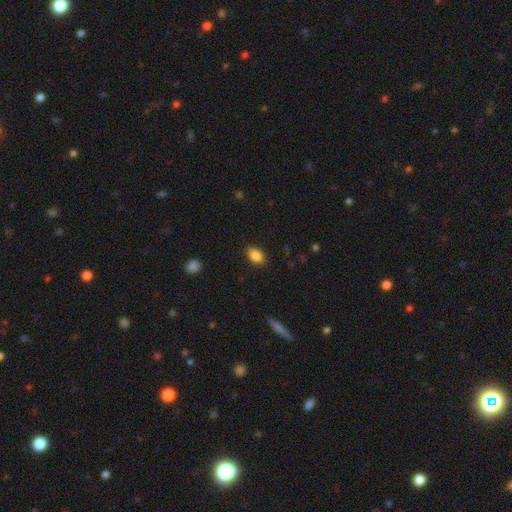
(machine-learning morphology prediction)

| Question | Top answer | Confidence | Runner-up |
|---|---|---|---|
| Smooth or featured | smooth | 87% | star or artifact (8%) |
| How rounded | in between | 85% | round (13%) |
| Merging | none | 86% | minor disturbance (10%) |